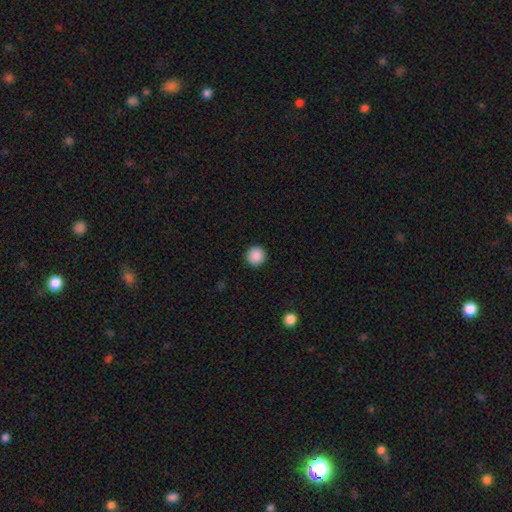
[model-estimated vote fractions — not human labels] Morphology: type=smooth (89%); roundness=round (96%); merging=none (93%).